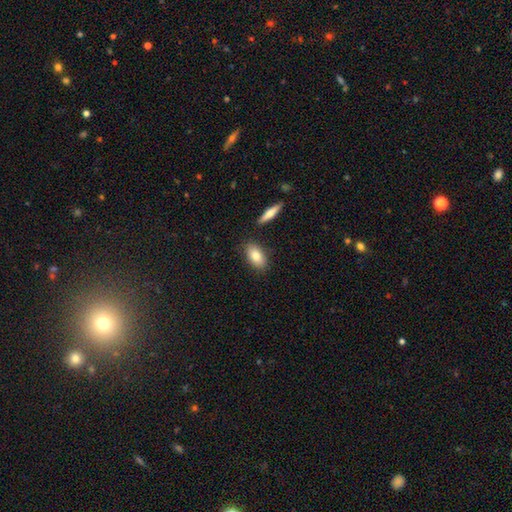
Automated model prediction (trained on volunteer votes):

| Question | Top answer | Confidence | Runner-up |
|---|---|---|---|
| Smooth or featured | smooth | 81% | featured or disk (13%) |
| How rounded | in between | 90% | cigar-shaped (6%) |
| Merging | none | 82% | minor disturbance (11%) |